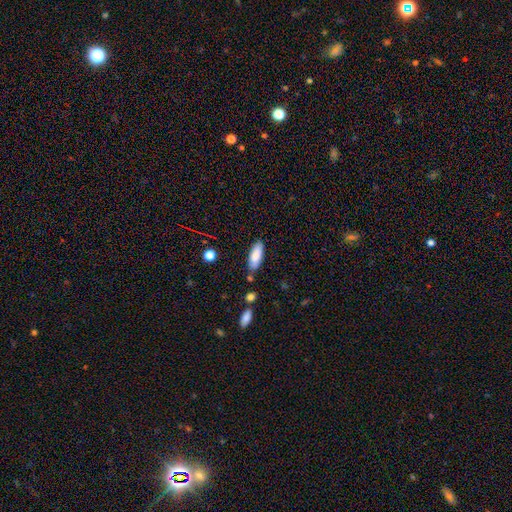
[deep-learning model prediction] smooth_or_featured: smooth (p=0.83) [alt: featured or disk p=0.10]
how_rounded: in between (p=0.72) [alt: cigar-shaped p=0.26]
merging: none (p=0.78) [alt: minor disturbance p=0.15]